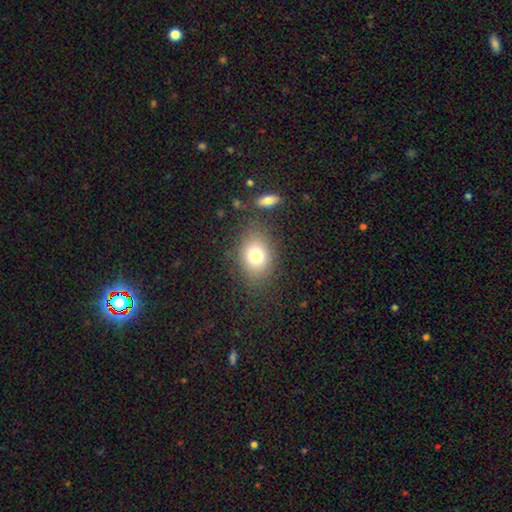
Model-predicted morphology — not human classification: smooth_or_featured: smooth (p=0.76) [alt: featured or disk p=0.12]
how_rounded: in between (p=0.62) [alt: round p=0.37]
merging: none (p=0.77) [alt: minor disturbance p=0.13]